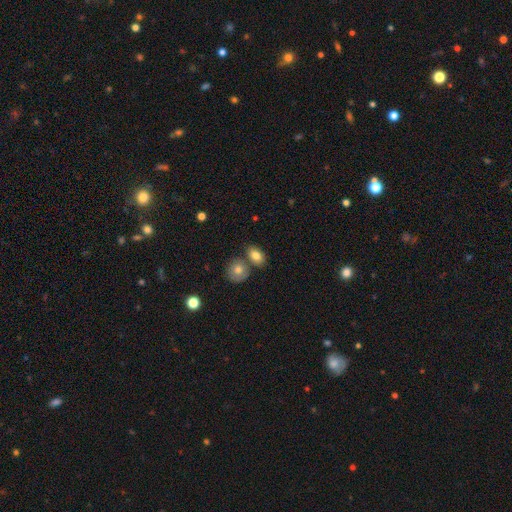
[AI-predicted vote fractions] Morphology: type=smooth (80%); roundness=in between (79%); merging=none (60%).